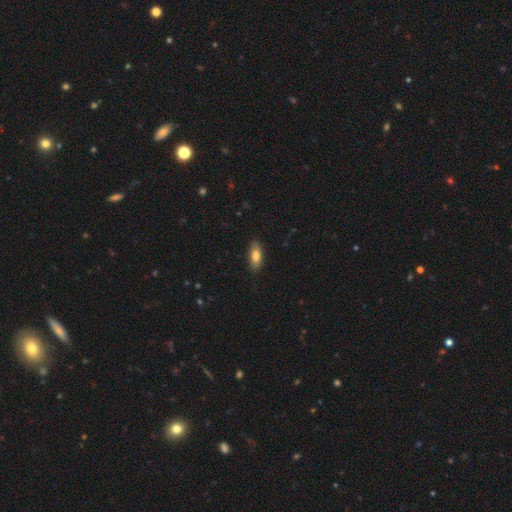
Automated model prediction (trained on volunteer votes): Morphology: type=smooth (79%); roundness=in between (79%); merging=none (86%).